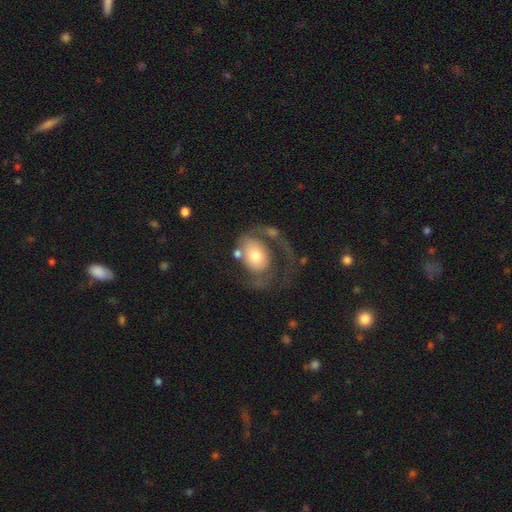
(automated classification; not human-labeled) Overall: featured or disk (58%; smooth 35%). Edge-on disk: no (97%). Bar: no (75%). Spiral arms: yes (69%; no 31%). Bulge size: moderate (61%). Merging: major disturbance (45%; none 31%).